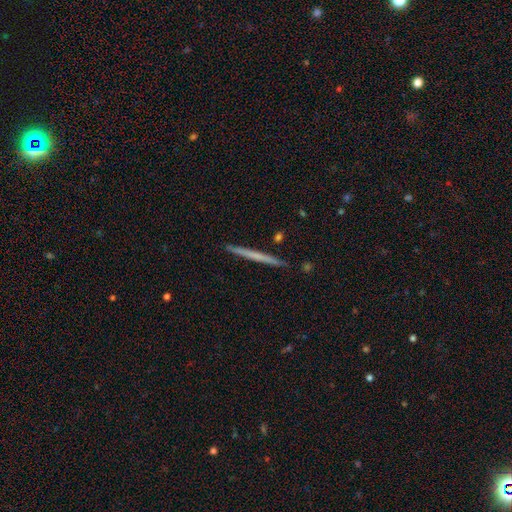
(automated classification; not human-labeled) Smooth or featured: smooth — 48% (featured or disk — 47%)
Merging: none — 92% (minor disturbance — 6%)